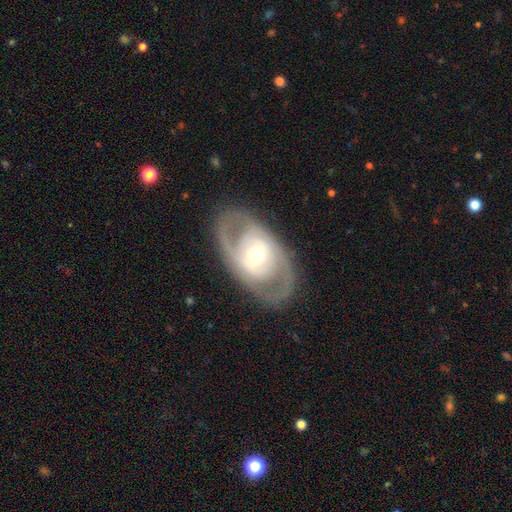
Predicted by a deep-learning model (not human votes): Smooth or featured? Predicted: featured or disk (p=0.79). Edge-on disk? Predicted: no (p=0.92). Bar? Predicted: no (p=0.41). Spiral arms? Predicted: yes (p=0.70). Spiral winding? Predicted: tight (p=0.44). Spiral arm count? Predicted: 2 (p=0.73). Bulge size? Predicted: moderate (p=0.64). Merging? Predicted: none (p=0.81).